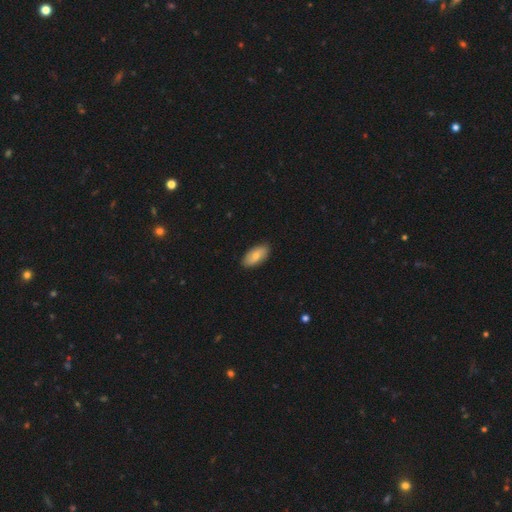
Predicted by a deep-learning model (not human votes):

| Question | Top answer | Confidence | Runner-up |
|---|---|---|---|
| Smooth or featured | smooth | 74% | featured or disk (21%) |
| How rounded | in between | 92% | cigar-shaped (5%) |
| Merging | none | 88% | minor disturbance (9%) |